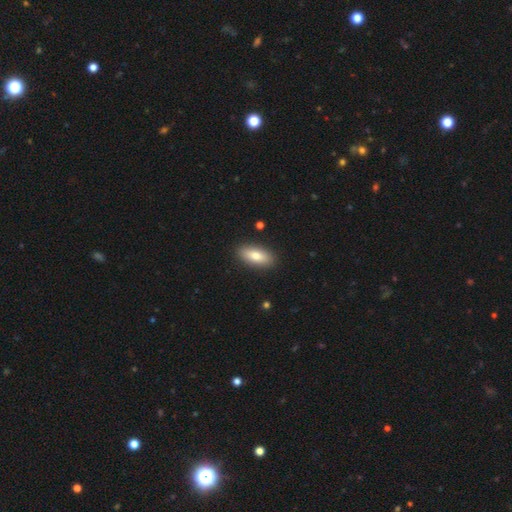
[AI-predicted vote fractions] The model was most divided on "smooth or featured": smooth: 80%, featured or disk: 14%, star or artifact: 6%. More confident: merging — none (89%); how rounded — in between (82%).